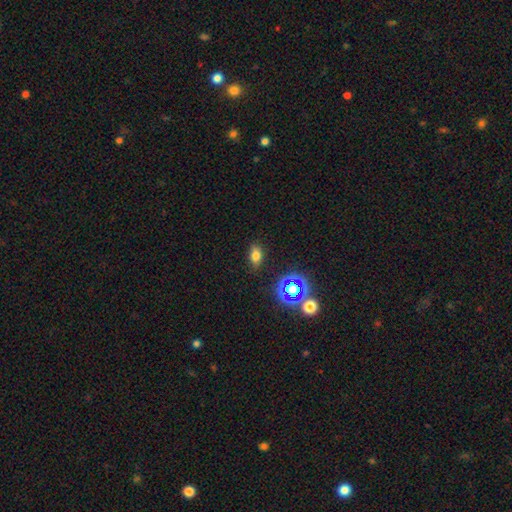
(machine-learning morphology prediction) This appears to be a smooth galaxy with no disk features (71%) that is in between round and cigar-shaped (81%). Merging: none (83%).